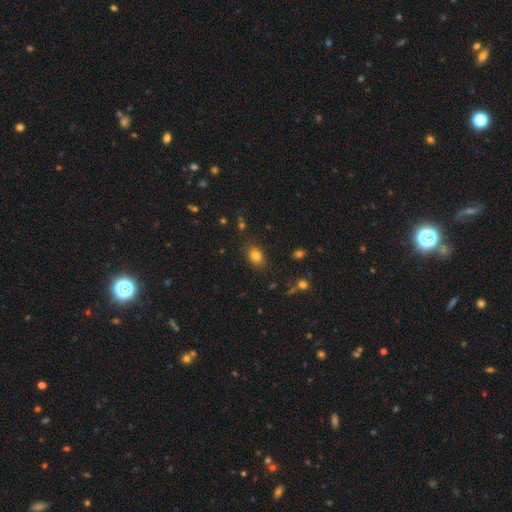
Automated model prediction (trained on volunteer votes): smooth 81%, star or artifact 12%, featured or disk 8%. Down the decision tree: how rounded — in between (69%); merging — none (82%).